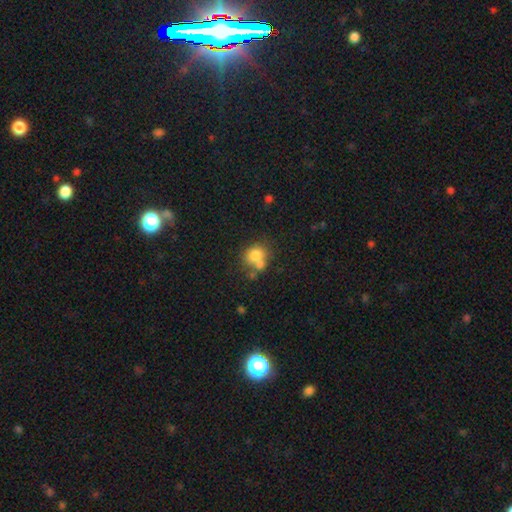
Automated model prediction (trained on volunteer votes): This appears to be a smooth galaxy with no disk features (75%) that is round (64%). Merging: none (44%).